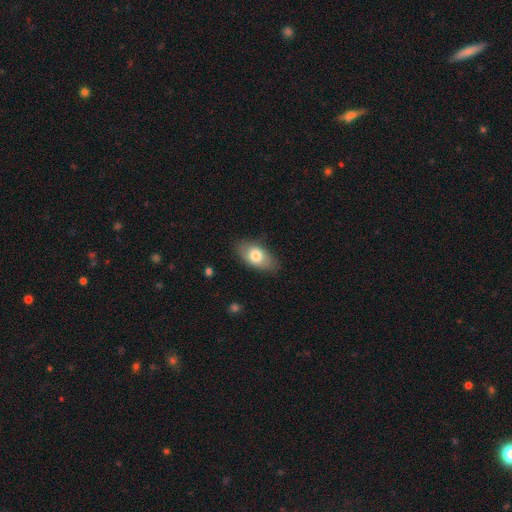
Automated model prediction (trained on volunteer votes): Smooth or featured? smooth (76%)
How rounded? in between (91%)
Merging? none (81%)